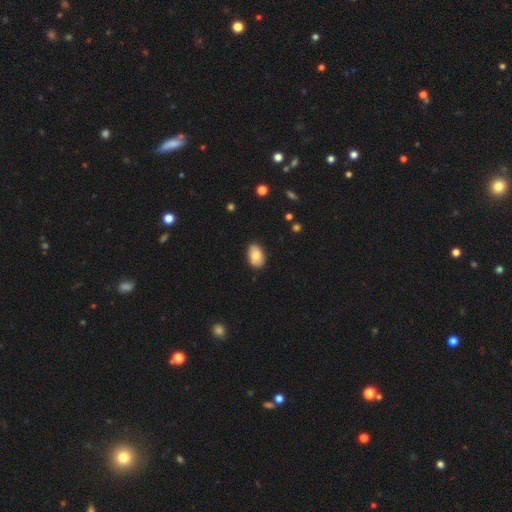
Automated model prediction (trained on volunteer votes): Smooth or featured? Predicted: smooth (p=0.81). How rounded? Predicted: in between (p=0.90). Merging? Predicted: none (p=0.86).